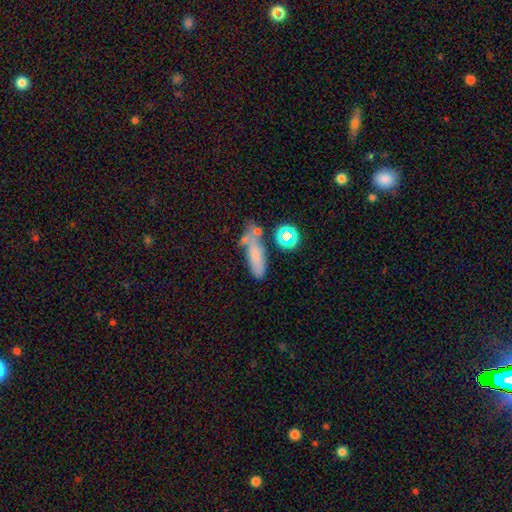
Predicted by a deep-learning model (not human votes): smooth_or_featured: smooth (p=0.67) [alt: featured or disk p=0.18]
how_rounded: in between (p=0.48) [alt: cigar-shaped p=0.45]
merging: none (p=0.45) [alt: minor disturbance p=0.22]